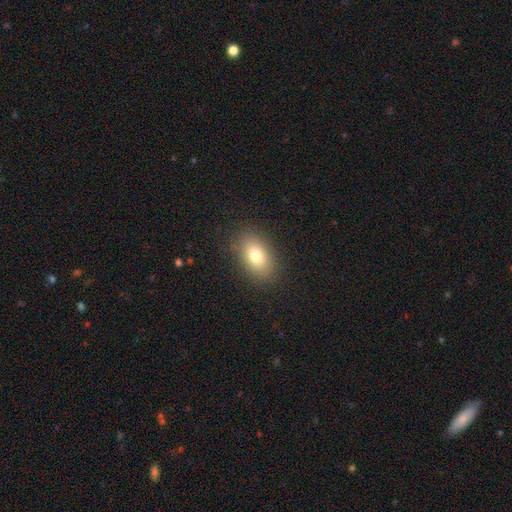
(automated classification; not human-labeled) This appears to be a smooth galaxy with no disk features (79%) that is in between round and cigar-shaped (86%). Merging: none (87%).